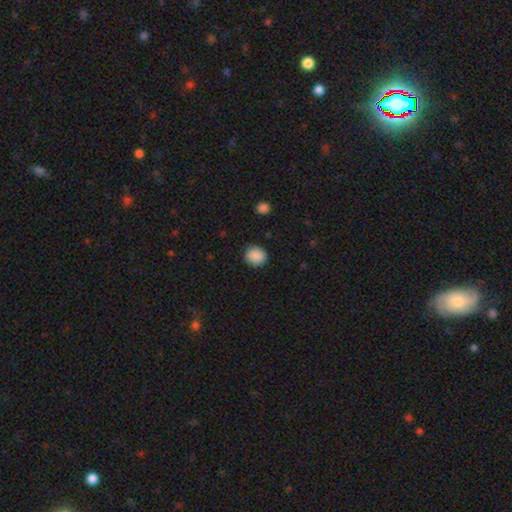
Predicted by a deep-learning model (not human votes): smooth_or_featured: smooth (p=0.89) [alt: star or artifact p=0.08]
how_rounded: round (p=0.82) [alt: in between p=0.17]
merging: none (p=0.89) [alt: minor disturbance p=0.08]